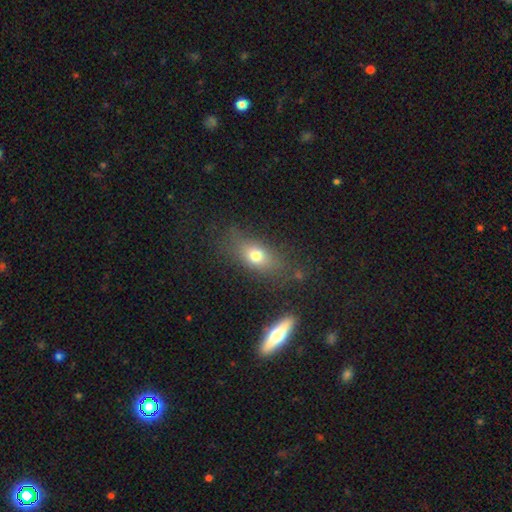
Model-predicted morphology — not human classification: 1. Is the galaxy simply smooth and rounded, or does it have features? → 71% smooth, 16% featured or disk, 14% star or artifact.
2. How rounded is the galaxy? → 69% in between, 19% round, 12% cigar-shaped.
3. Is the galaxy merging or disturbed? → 74% none, 15% minor disturbance, 8% major disturbance, 3% merger.